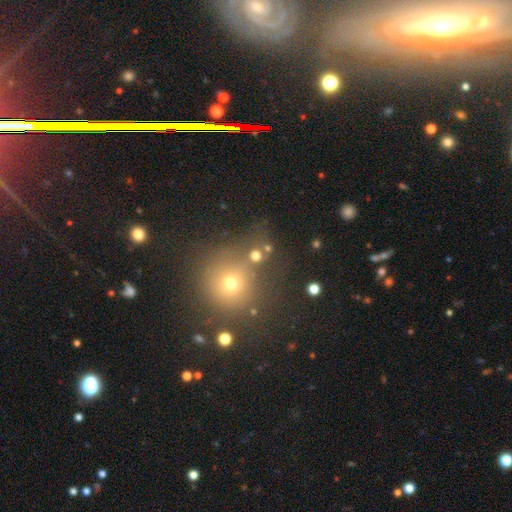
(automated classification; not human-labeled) The model was most divided on "smooth or featured": smooth: 66%, star or artifact: 24%, featured or disk: 10%. More confident: how rounded — round (89%); merging — none (66%).